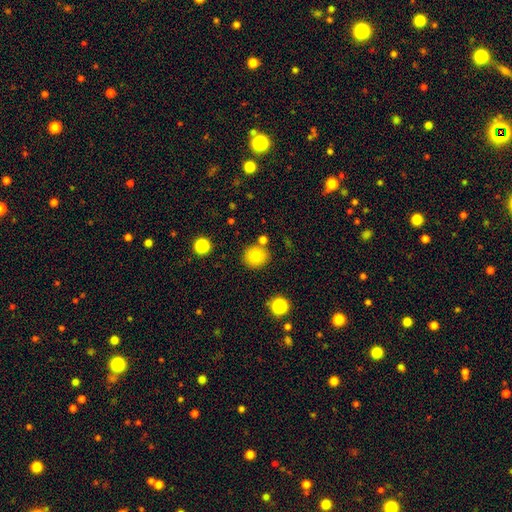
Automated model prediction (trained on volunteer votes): The model was most divided on "smooth or featured": smooth: 79%, star or artifact: 12%, featured or disk: 9%. More confident: how rounded — round (91%); merging — none (82%).